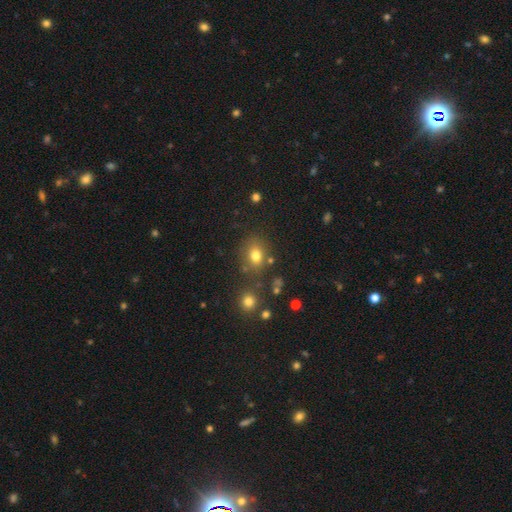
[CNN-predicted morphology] Smooth or featured? smooth (75%)
How rounded? round (56%)
Merging? none (73%)